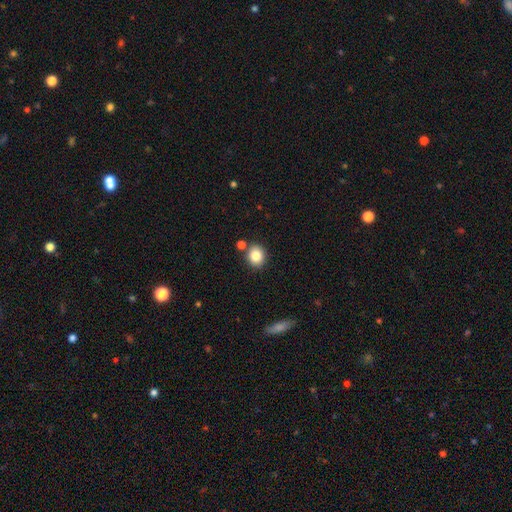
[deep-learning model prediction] Smooth or featured? smooth (84%)
How rounded? round (74%)
Merging? none (78%)